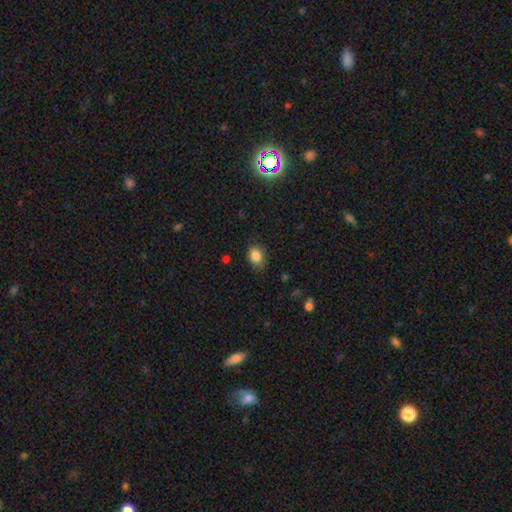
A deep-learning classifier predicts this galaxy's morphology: A smooth galaxy with no disk features (86%) that is in between round and cigar-shaped (63%). Merging: none (79%).